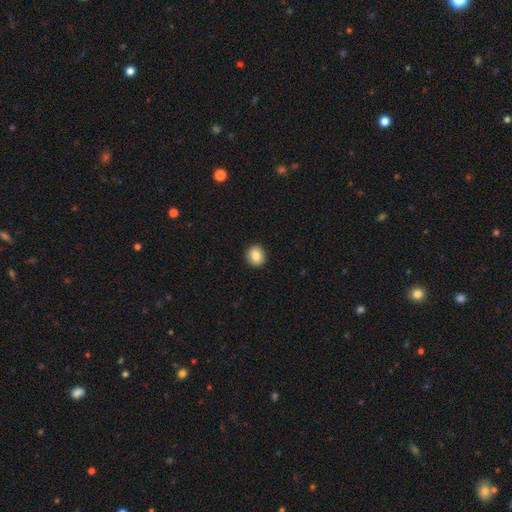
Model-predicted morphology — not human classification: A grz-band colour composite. It shows a smooth galaxy with no disk features (84%) that is round (86%). Merging: none (92%).